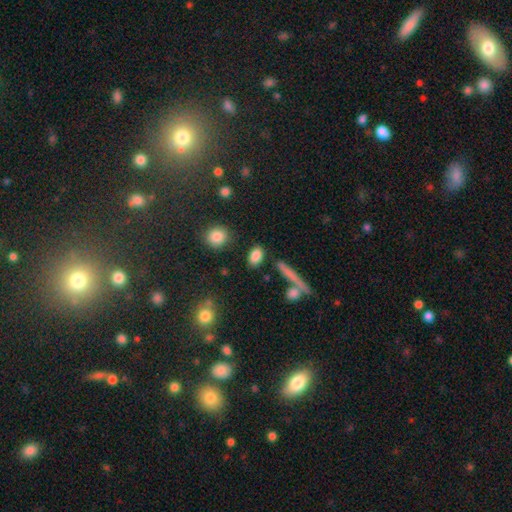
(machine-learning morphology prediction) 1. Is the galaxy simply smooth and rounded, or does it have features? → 84% smooth, 9% star or artifact, 7% featured or disk.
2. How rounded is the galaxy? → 83% in between, 11% round, 6% cigar-shaped.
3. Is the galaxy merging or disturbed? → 80% none, 11% minor disturbance, 6% merger, 4% major disturbance.